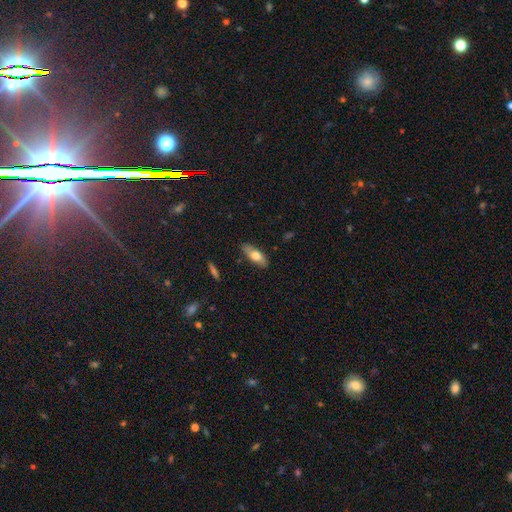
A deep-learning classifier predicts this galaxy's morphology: This appears to be a smooth galaxy with no disk features (66%) that is in between round and cigar-shaped (79%). Merging: none (82%).